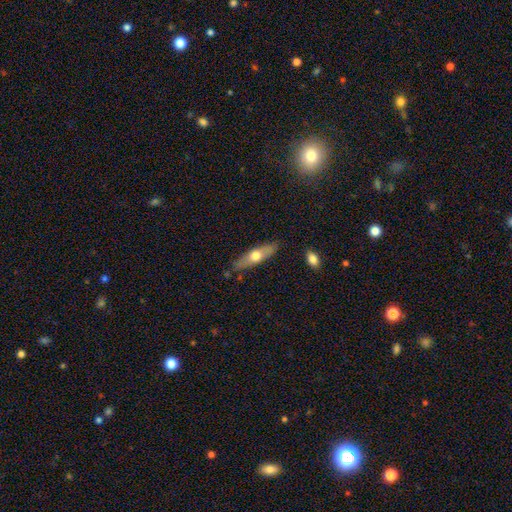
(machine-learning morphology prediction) A smooth galaxy with no disk features (51%) that is cigar-shaped (63%). Merging: none (81%).